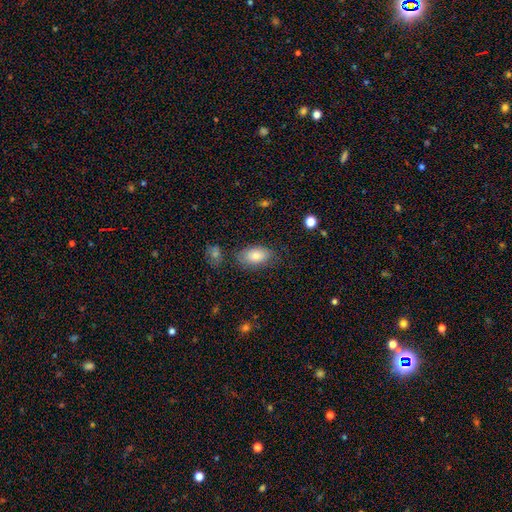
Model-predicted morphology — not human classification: This is likely a smooth galaxy (79%). How rounded: clearly in between (92%). Merging: likely none (74%).